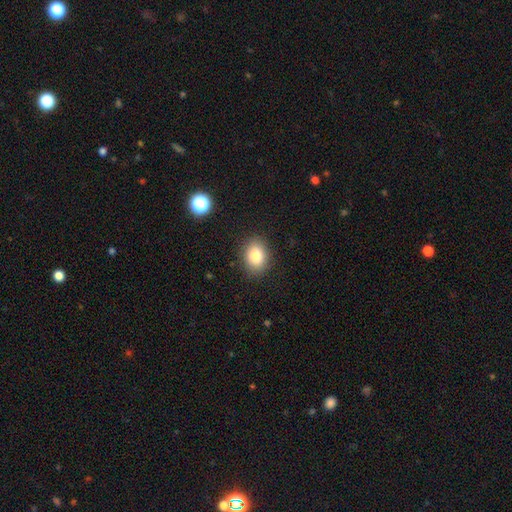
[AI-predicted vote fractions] Morphology: type=smooth (83%); roundness=in between (64%); merging=none (87%).